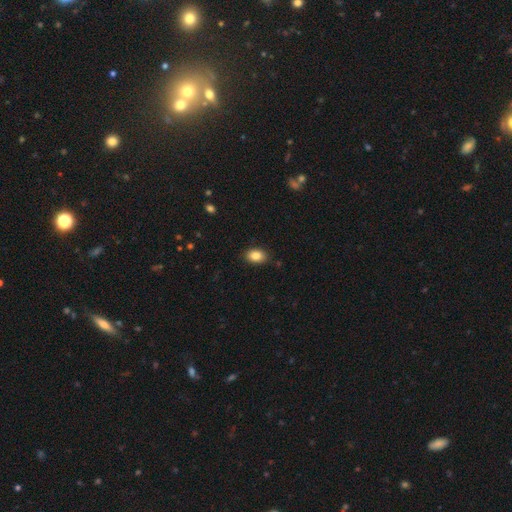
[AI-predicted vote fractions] Smooth or featured? smooth (86%)
How rounded? in between (87%)
Merging? none (87%)